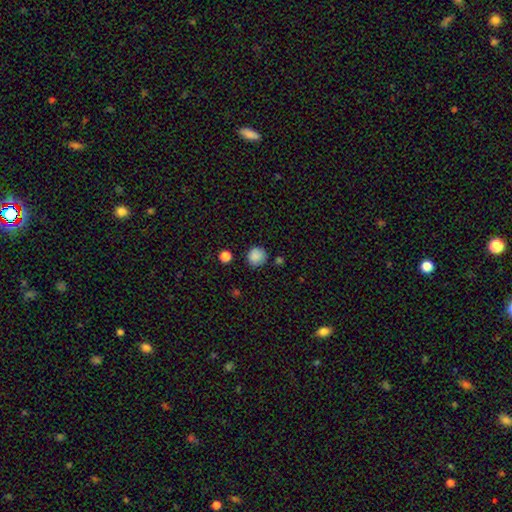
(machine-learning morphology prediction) Overall: smooth (86%). How rounded: round (91%). Merging: none (82%).